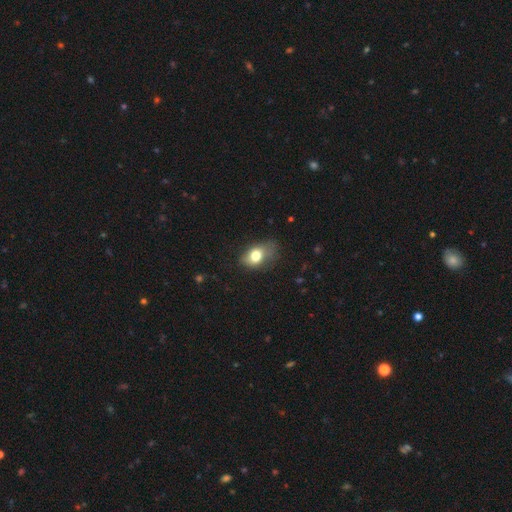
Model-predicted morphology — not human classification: Q: Smooth or featured?
A: smooth (73%); runner-up: featured or disk (17%)
Q: How rounded?
A: in between (77%); runner-up: round (22%)
Q: Merging?
A: none (43%); runner-up: minor disturbance (36%)